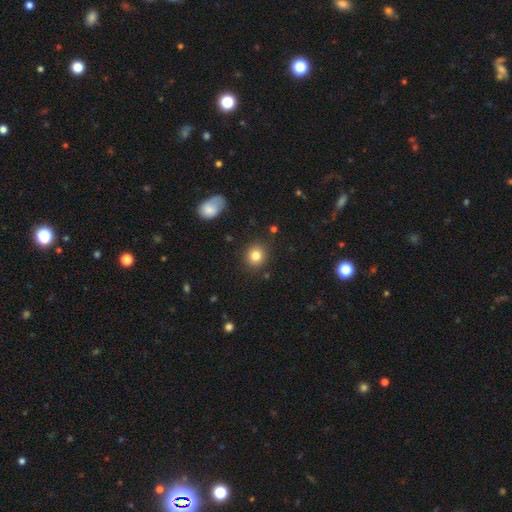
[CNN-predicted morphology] Overall: smooth (83%). How rounded: round (83%). Merging: none (88%).